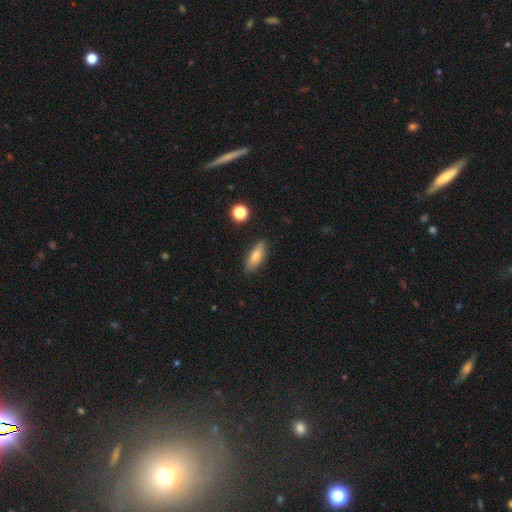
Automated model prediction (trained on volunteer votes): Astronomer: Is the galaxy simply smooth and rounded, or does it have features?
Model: smooth — 73%.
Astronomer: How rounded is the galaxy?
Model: in between — 60% (runner-up: cigar-shaped, 37%).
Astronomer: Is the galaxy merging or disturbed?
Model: none — 85%.